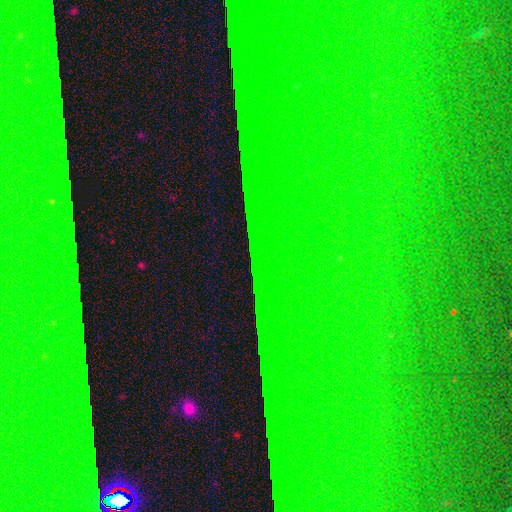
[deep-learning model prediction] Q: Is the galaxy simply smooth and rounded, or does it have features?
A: star or artifact — 87%.